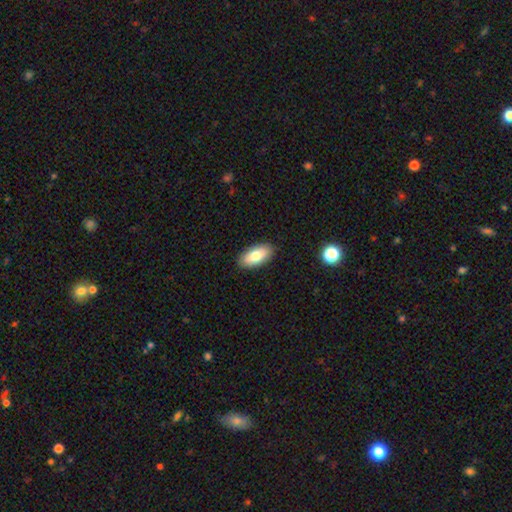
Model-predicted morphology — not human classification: The model was most divided on "smooth or featured": smooth: 80%, featured or disk: 14%, star or artifact: 6%. More confident: how rounded — in between (90%); merging — none (90%).